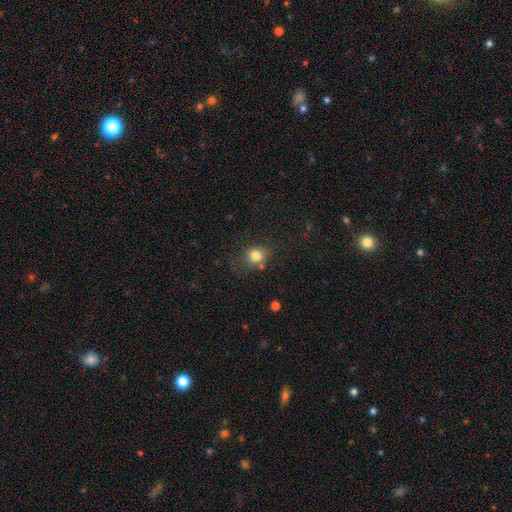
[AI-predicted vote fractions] A smooth galaxy with no disk features (79%) that is round (69%). Merging: none (64%).